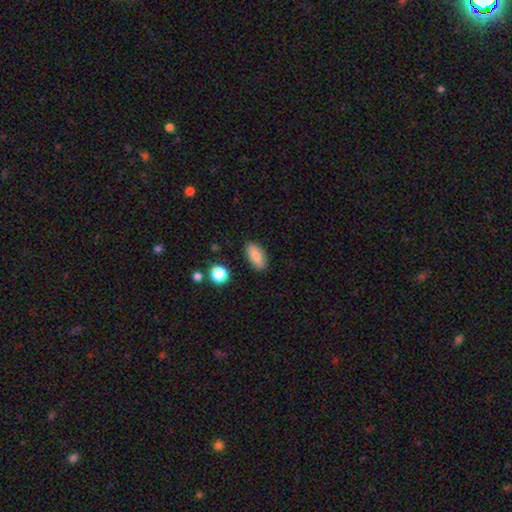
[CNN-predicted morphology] smooth_or_featured: smooth (p=0.82) [alt: featured or disk p=0.11]
how_rounded: in between (p=0.86) [alt: cigar-shaped p=0.10]
merging: none (p=0.85) [alt: minor disturbance p=0.11]